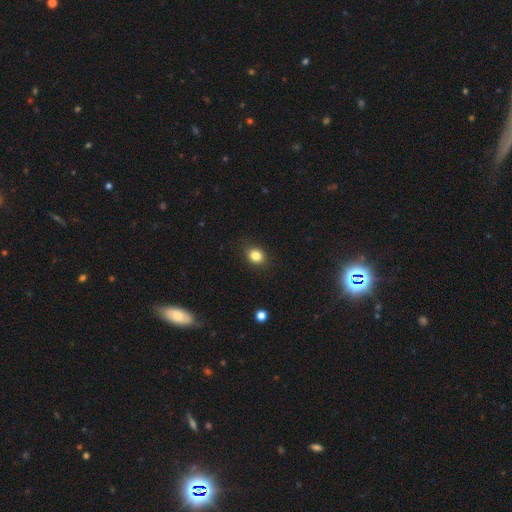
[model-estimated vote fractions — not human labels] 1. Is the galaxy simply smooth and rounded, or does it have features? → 84% smooth, 11% star or artifact, 5% featured or disk.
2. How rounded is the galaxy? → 60% round, 39% in between, 1% cigar-shaped.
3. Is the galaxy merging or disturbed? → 87% none, 10% minor disturbance, 2% major disturbance, 1% merger.